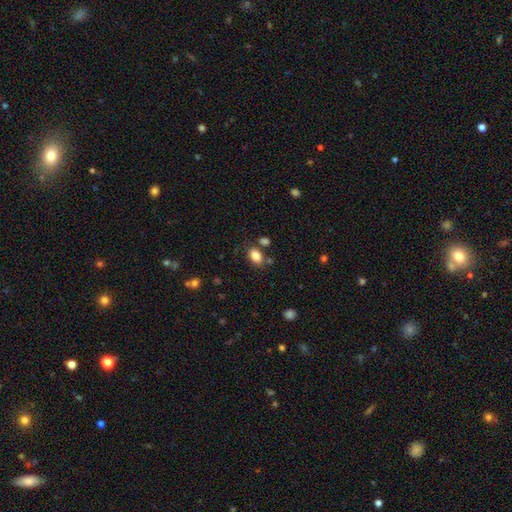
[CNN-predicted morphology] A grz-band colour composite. It shows a smooth galaxy with no disk features (84%) that is in between round and cigar-shaped (85%). Merging: none (75%).